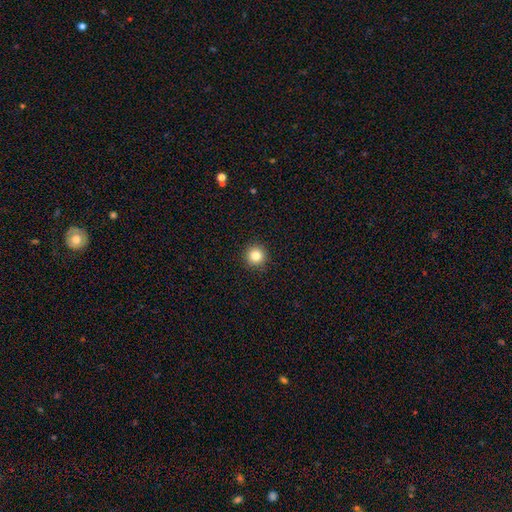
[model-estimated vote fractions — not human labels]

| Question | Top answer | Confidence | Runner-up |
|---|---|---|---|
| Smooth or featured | smooth | 83% | star or artifact (11%) |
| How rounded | round | 95% | in between (4%) |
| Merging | none | 93% | minor disturbance (5%) |